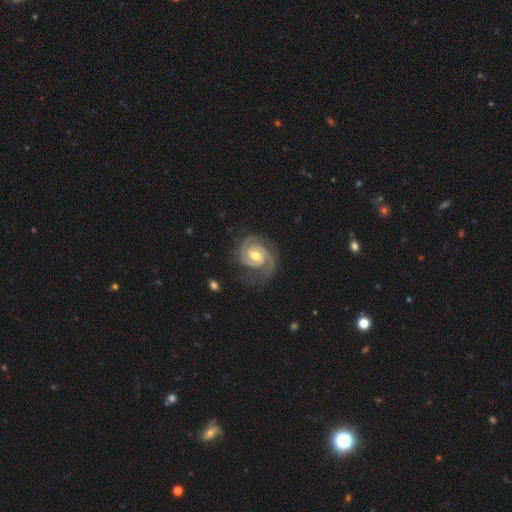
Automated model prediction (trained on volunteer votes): Smooth or featured? featured or disk (92%)
Edge-on disk? no (98%)
Bar? weak (44%)
Spiral arms? yes (99%)
Spiral winding? tight (71%)
Spiral arm count? 2 (77%)
Bulge size? moderate (73%)
Merging? none (74%)